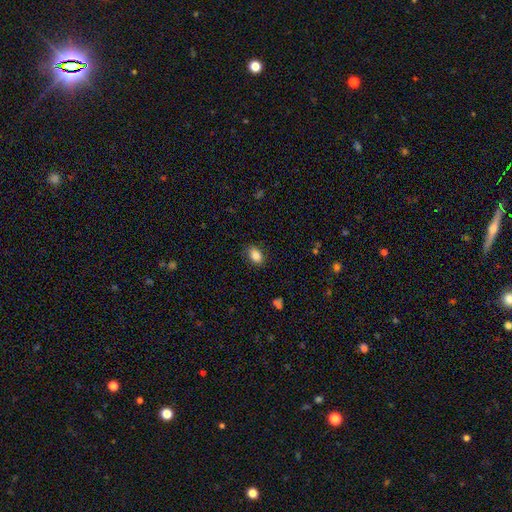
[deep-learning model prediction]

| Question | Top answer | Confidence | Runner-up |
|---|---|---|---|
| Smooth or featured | smooth | 87% | star or artifact (8%) |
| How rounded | in between | 84% | round (15%) |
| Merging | none | 87% | minor disturbance (10%) |